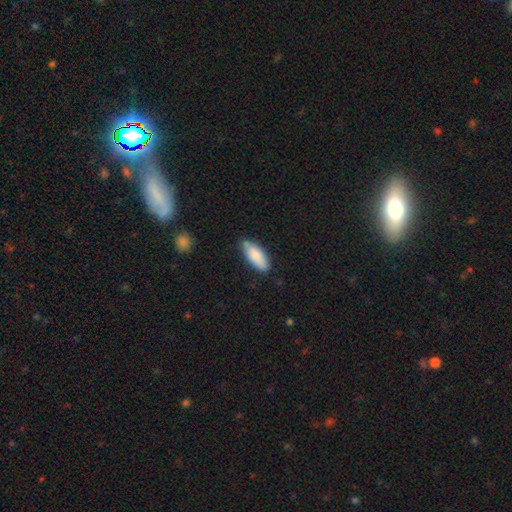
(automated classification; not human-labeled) Smooth or featured?
  - smooth: 85% *
  - featured or disk: 9%
  - star or artifact: 6%
How rounded?
  - in between: 78% *
  - cigar-shaped: 21%
  - round: 2%
Merging?
  - none: 75% *
  - minor disturbance: 20%
  - major disturbance: 3%
  - merger: 2%